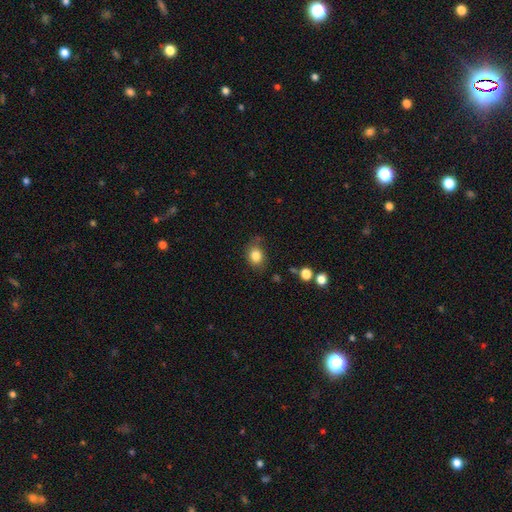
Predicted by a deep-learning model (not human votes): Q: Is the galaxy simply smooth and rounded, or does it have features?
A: smooth — 82%.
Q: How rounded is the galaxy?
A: round — 55%.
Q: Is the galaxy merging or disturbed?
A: none — 68%.